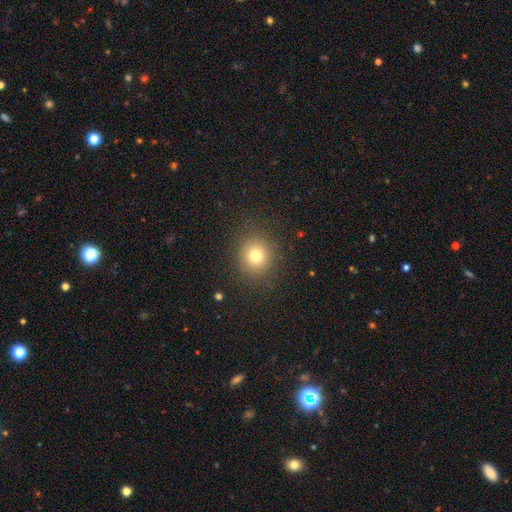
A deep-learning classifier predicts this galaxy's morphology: Q: Smooth or featured?
A: smooth (75%); runner-up: star or artifact (15%)
Q: How rounded?
A: round (88%); runner-up: in between (11%)
Q: Merging?
A: none (88%); runner-up: minor disturbance (7%)